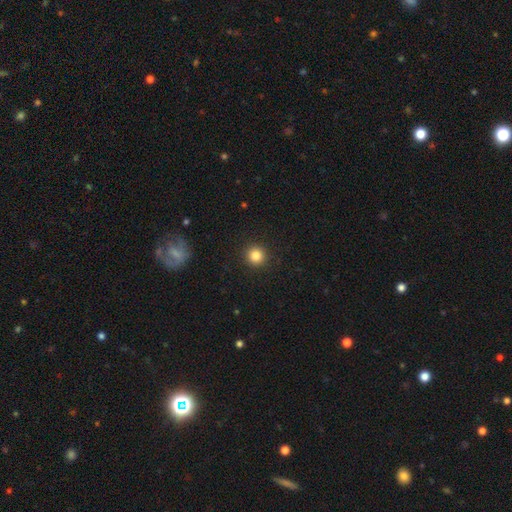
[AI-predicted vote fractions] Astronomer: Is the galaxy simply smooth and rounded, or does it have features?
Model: smooth — 84%.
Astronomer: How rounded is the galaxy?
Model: round — 95%.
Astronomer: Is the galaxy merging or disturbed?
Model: none — 93%.